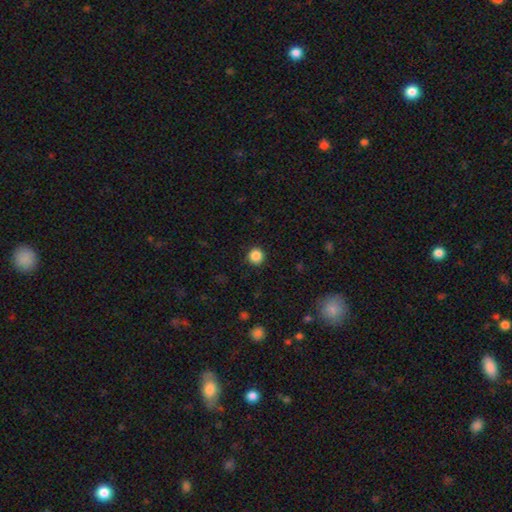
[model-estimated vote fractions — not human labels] The model was most divided on "smooth or featured": smooth: 86%, star or artifact: 11%, featured or disk: 3%. More confident: how rounded — round (94%); merging — none (91%).